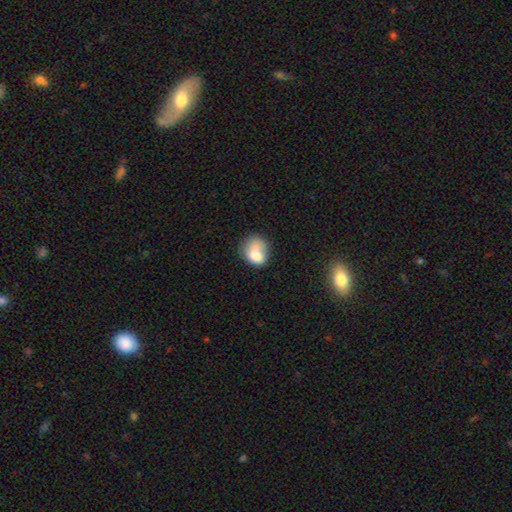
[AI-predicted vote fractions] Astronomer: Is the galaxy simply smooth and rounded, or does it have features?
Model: smooth — 73%.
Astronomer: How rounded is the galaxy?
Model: round — 50% (runner-up: in between, 49%).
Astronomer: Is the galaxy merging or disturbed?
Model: none — 35% (runner-up: minor disturbance, 26%).